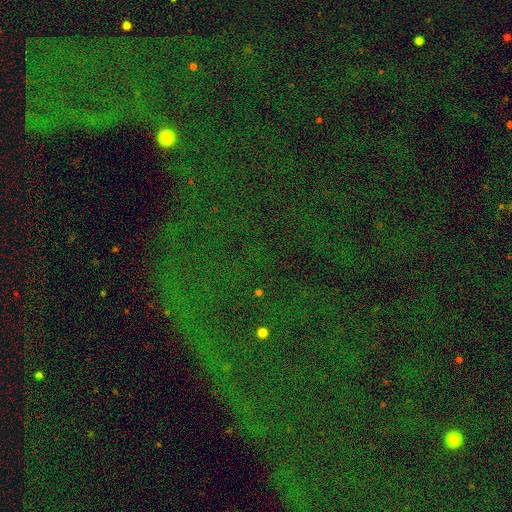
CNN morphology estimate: star or artifact 82%, smooth 9%, featured or disk 9%.